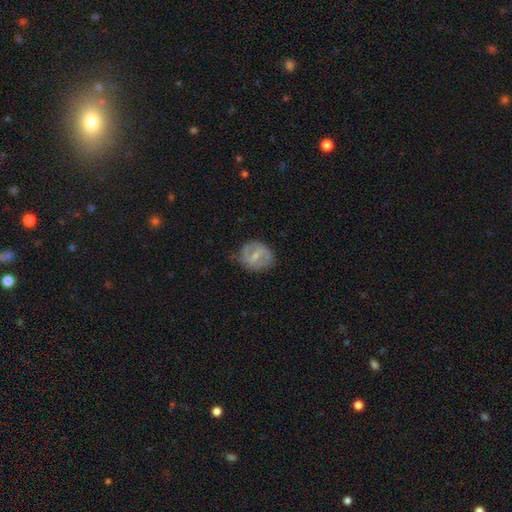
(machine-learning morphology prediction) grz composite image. It shows a featured or disk galaxy (56%) with a weak bar (53%), spiral arms (67%) and a small central bulge (55%). Merging: none (70%).